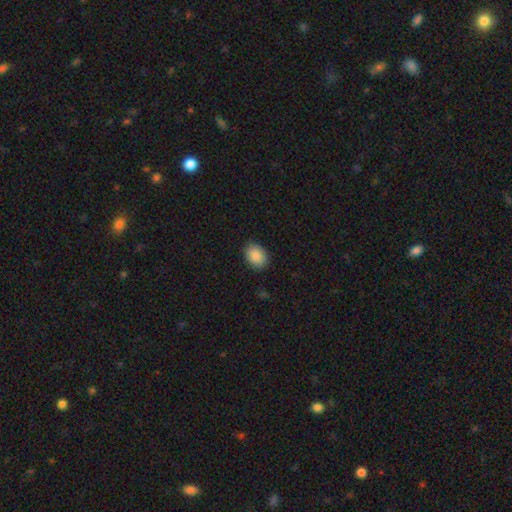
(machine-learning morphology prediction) This appears to be a smooth galaxy with no disk features (89%) that is in between round and cigar-shaped (73%). Merging: none (87%).